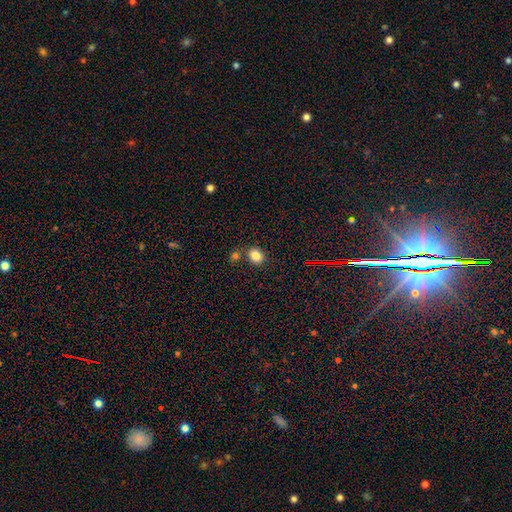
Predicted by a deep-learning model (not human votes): Smooth or featured?
  - smooth: 82% *
  - star or artifact: 12%
  - featured or disk: 6%
How rounded?
  - round: 53% *
  - in between: 46%
  - cigar-shaped: 1%
Merging?
  - none: 74% *
  - merger: 13%
  - minor disturbance: 10%
  - major disturbance: 3%